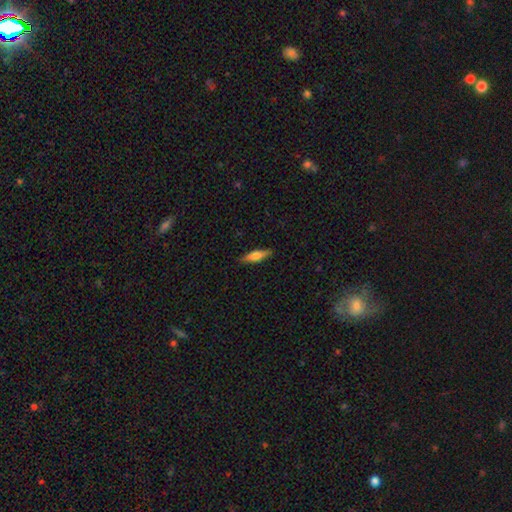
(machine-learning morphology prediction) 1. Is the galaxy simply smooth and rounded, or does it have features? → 65% smooth, 29% featured or disk, 6% star or artifact.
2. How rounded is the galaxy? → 64% cigar-shaped, 34% in between, 2% round.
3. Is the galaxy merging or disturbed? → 87% none, 10% minor disturbance, 2% major disturbance, 1% merger.